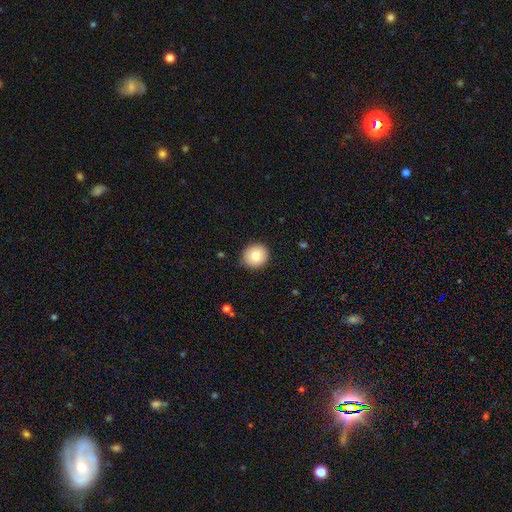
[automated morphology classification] A smooth galaxy with no disk features (80%) that is round (92%).

Vote fractions:
- Smooth or featured? smooth: 80% / featured or disk: 11% / star or artifact: 9%
- How rounded? round: 92% / in between: 8% / cigar-shaped: 1%
- Merging? none: 90% / minor disturbance: 8% / major disturbance: 2% / merger: 1%